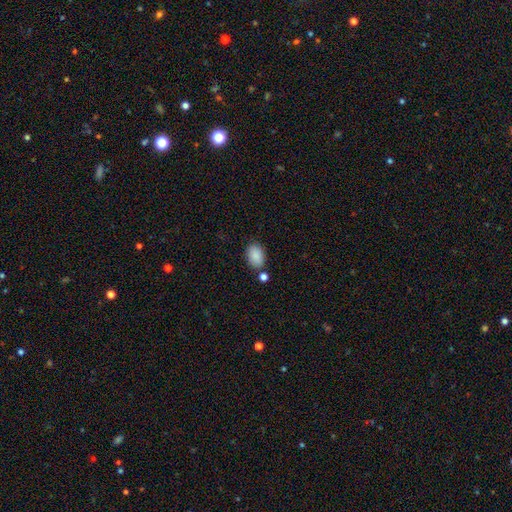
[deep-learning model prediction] smooth 88%, star or artifact 7%, featured or disk 4%. Down the decision tree: how rounded — in between (87%); merging — none (75%).